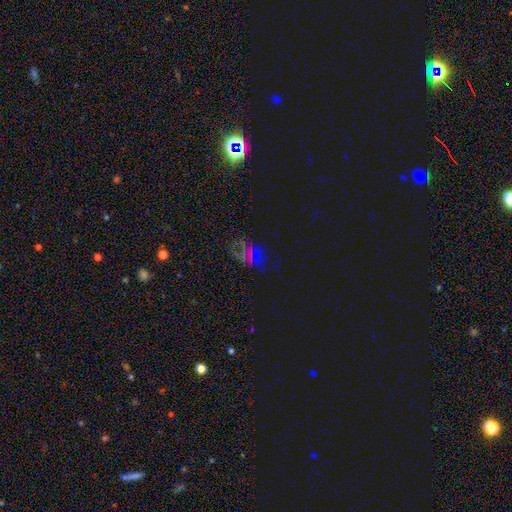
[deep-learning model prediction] The model was most divided on "smooth or featured": star or artifact: 54%, smooth: 34%, featured or disk: 11%.